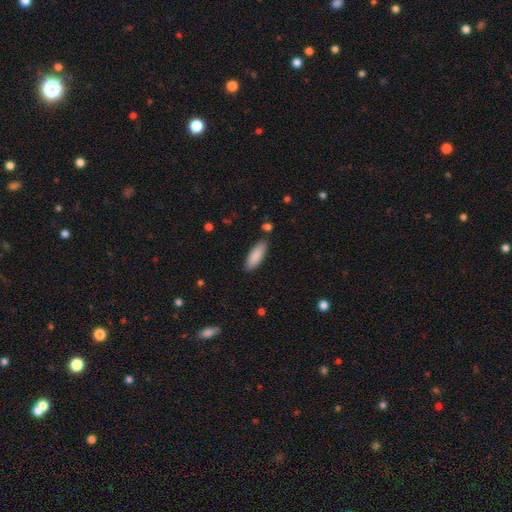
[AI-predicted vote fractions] This is clearly a smooth galaxy (88%). How rounded: likely in between (64%). Merging: clearly none (84%).